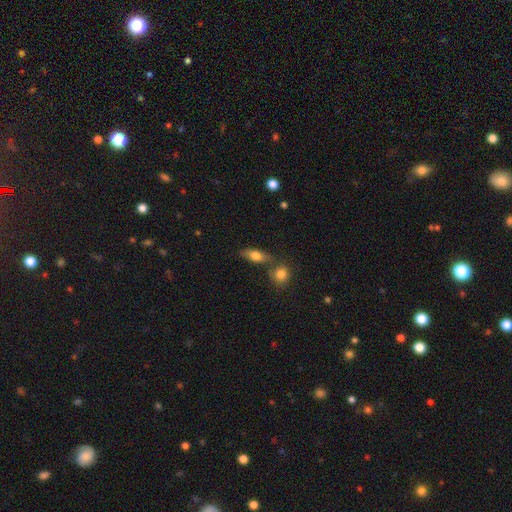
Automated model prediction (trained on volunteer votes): Overall: smooth (71%). How rounded: in between (72%). Merging: none (66%).